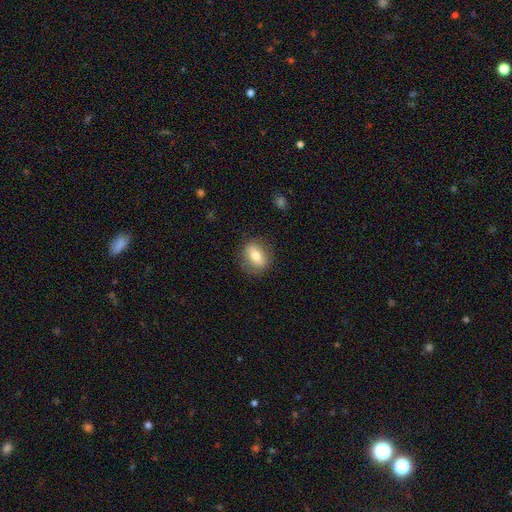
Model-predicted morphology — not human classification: Smooth or featured?
  - smooth: 67% *
  - featured or disk: 25%
  - star or artifact: 8%
How rounded?
  - in between: 58% *
  - round: 39%
  - cigar-shaped: 3%
Merging?
  - none: 82% *
  - minor disturbance: 13%
  - major disturbance: 4%
  - merger: 1%